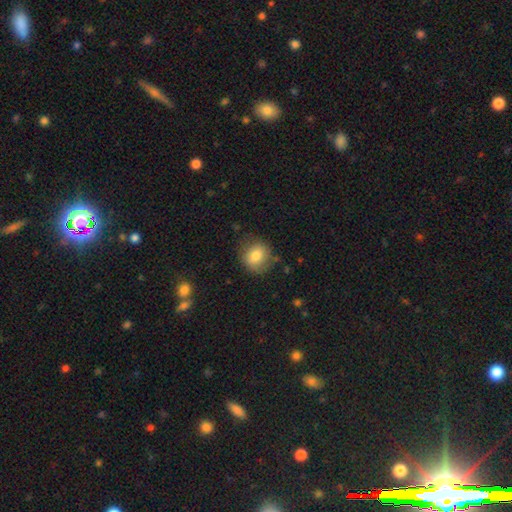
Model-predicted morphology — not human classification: smooth 79%, featured or disk 12%, star or artifact 9%. Down the decision tree: how rounded — round (75%); merging — none (77%).